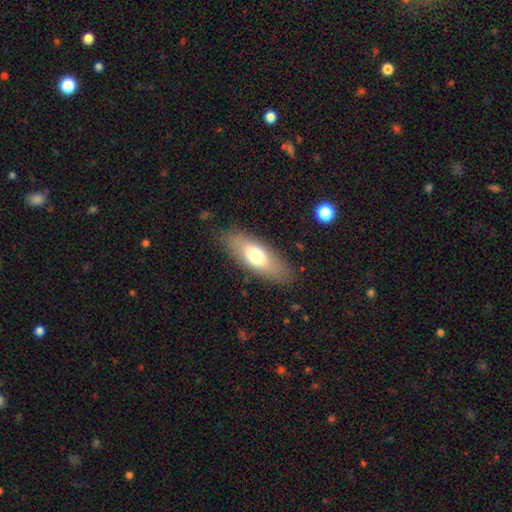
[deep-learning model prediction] Q: Smooth or featured?
A: smooth (67%); runner-up: featured or disk (26%)
Q: How rounded?
A: in between (73%); runner-up: cigar-shaped (25%)
Q: Merging?
A: none (84%); runner-up: minor disturbance (11%)